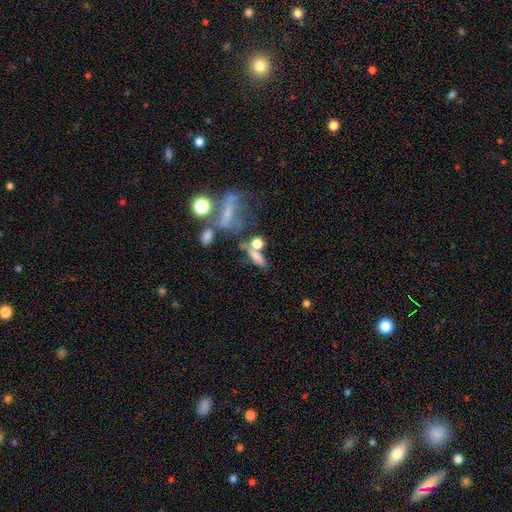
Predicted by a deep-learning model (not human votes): Smooth or featured: smooth — 68% (featured or disk — 19%)
How rounded: in between — 44% (cigar-shaped — 43%)
Merging: none — 39% (merger — 34%)